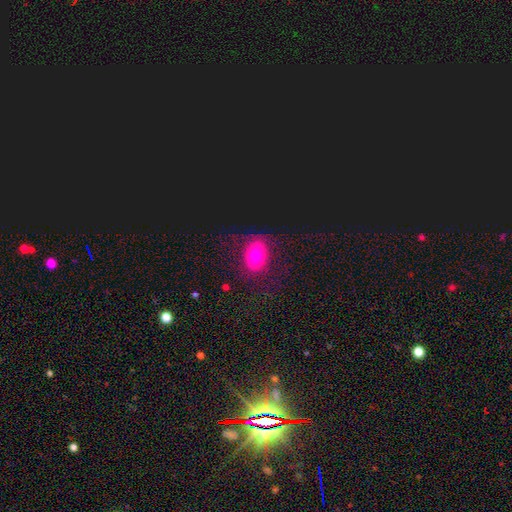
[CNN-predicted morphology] Q: Smooth or featured?
A: smooth (65%); runner-up: featured or disk (19%)
Q: How rounded?
A: in between (58%); runner-up: round (40%)
Q: Merging?
A: none (69%); runner-up: minor disturbance (17%)